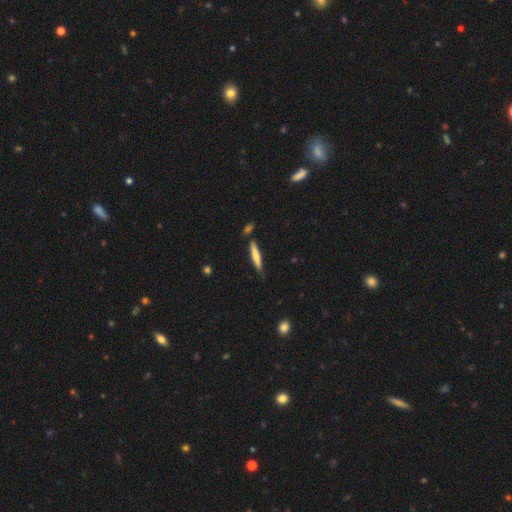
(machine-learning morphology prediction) The model was most divided on "smooth or featured": smooth: 65%, featured or disk: 29%, star or artifact: 6%. More confident: how rounded — cigar-shaped (90%); merging — none (79%).